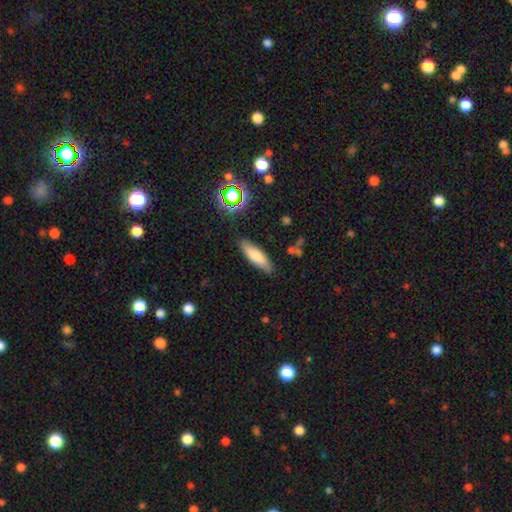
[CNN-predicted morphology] The model was most divided on "how rounded": cigar-shaped: 53%, in between: 44%, round: 2%. More confident: merging — none (85%); smooth or featured — smooth (72%).